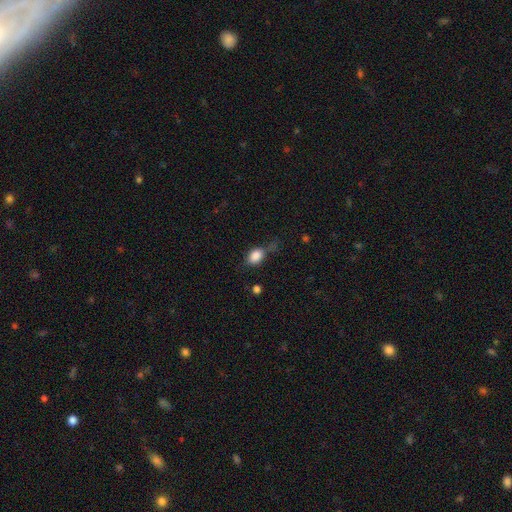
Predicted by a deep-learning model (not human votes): Smooth or featured?
  - smooth: 84% *
  - star or artifact: 9%
  - featured or disk: 7%
How rounded?
  - in between: 73% *
  - round: 24%
  - cigar-shaped: 2%
Merging?
  - none: 51% *
  - minor disturbance: 29%
  - major disturbance: 14%
  - merger: 6%